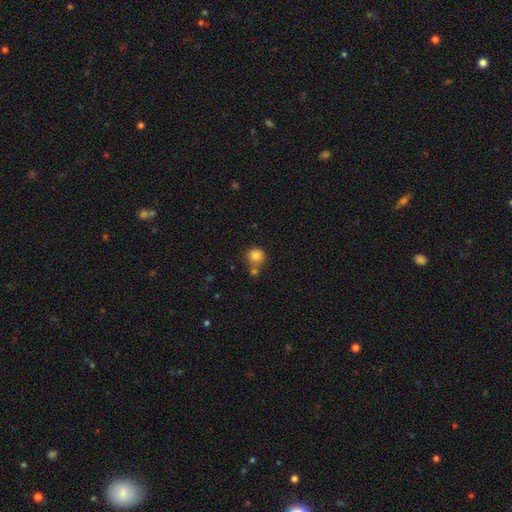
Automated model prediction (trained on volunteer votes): A smooth galaxy with no disk features (82%) that is round (90%). Merging: none (58%).